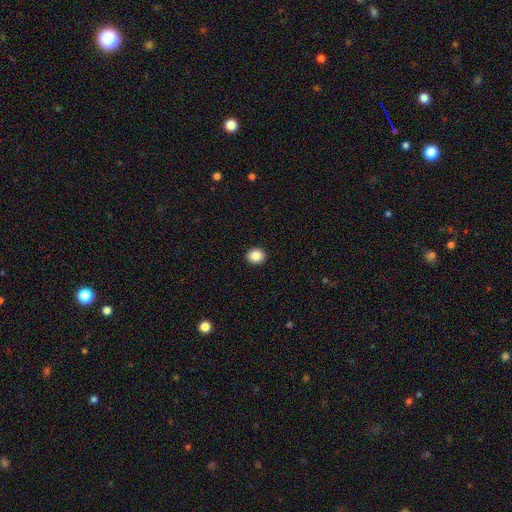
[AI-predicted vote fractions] A smooth galaxy with no disk features (86%) that is round (78%).

Vote fractions:
- Smooth or featured? smooth: 86% / star or artifact: 9% / featured or disk: 4%
- How rounded? round: 78% / in between: 21% / cigar-shaped: 1%
- Merging? none: 93% / minor disturbance: 5% / major disturbance: 2% / merger: 1%